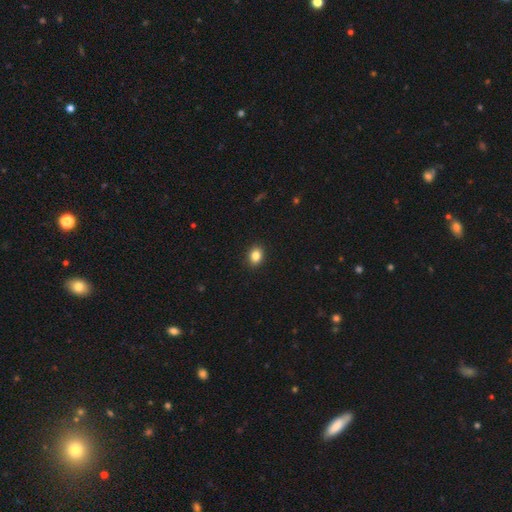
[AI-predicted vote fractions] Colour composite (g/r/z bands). It shows a smooth galaxy with no disk features (85%) that is in between round and cigar-shaped (60%). Merging: none (91%).